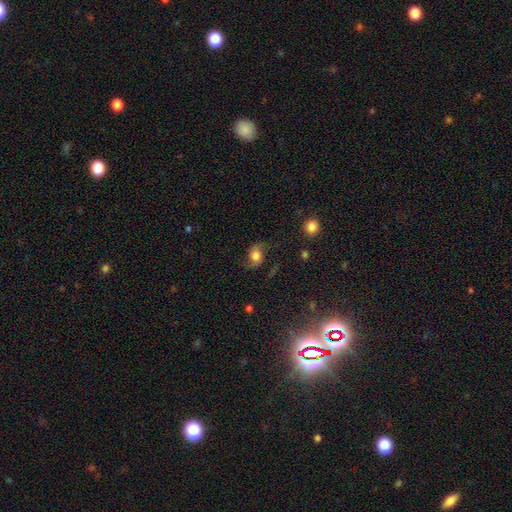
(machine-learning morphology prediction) A featured or disk galaxy (66%) with no bar (66%), 2 (92%) loose (70%) spiral arms (93%) and a moderate central bulge (42%). Merging: none (71%).